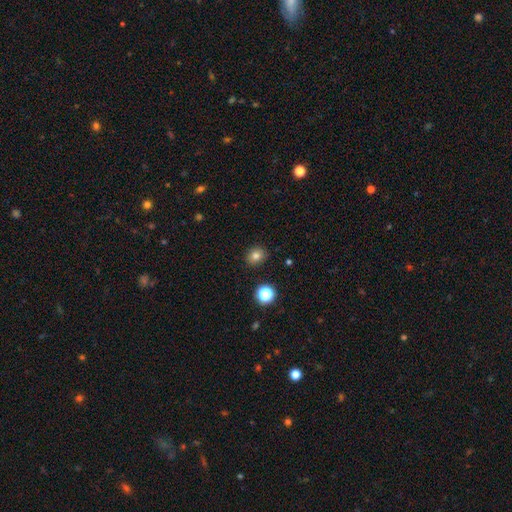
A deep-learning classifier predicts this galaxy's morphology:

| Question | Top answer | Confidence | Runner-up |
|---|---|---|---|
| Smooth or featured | smooth | 78% | star or artifact (14%) |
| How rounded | round | 69% | in between (30%) |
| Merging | none | 88% | minor disturbance (8%) |